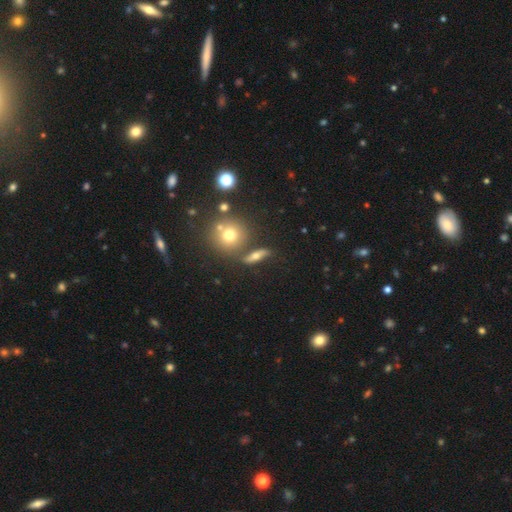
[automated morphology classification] Overall: smooth (48%; featured or disk 38%). Merging: none (69%).